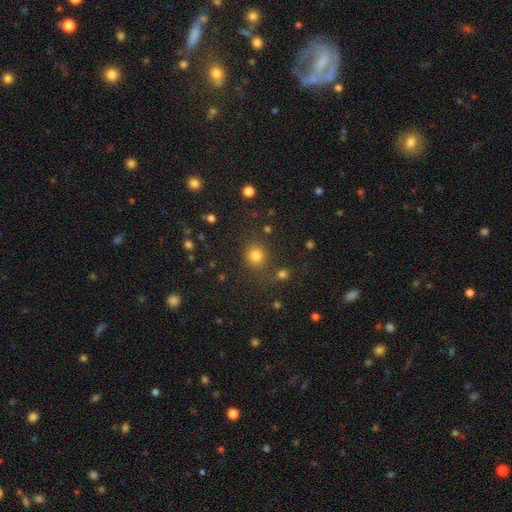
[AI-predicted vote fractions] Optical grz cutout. It shows a smooth galaxy with no disk features (77%) that is round (88%). Merging: none (78%).